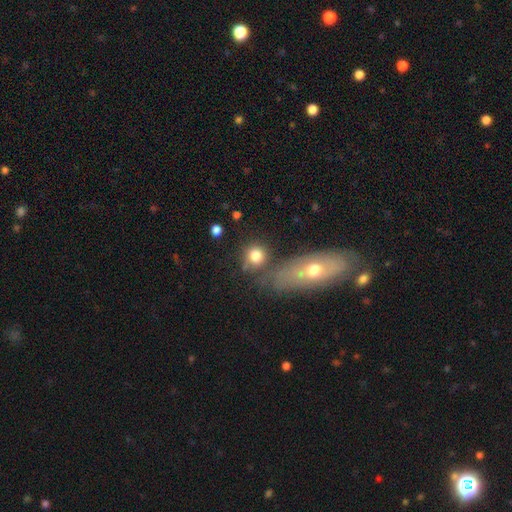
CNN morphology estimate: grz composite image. It shows a smooth galaxy with no disk features (79%) that is round (82%). Merging: none (58%).